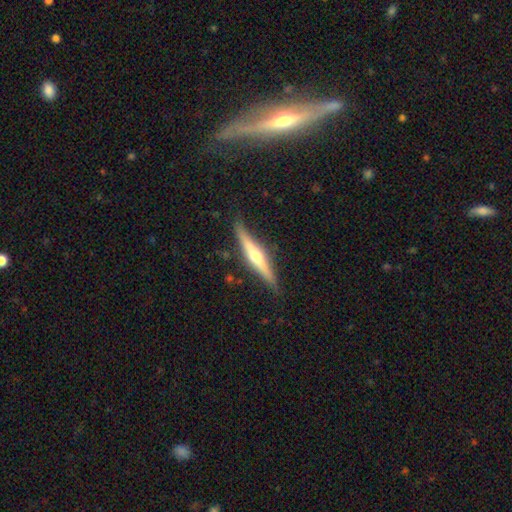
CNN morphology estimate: smooth-or-featured: featured or disk: 70% | smooth: 24% | star or artifact: 6%
  disk-edge-on: yes: 97% | no: 3%
    edge-on-bulge: rounded: 91% | none: 5% | boxy: 4%
  merging: none: 87% | minor disturbance: 9% | major disturbance: 2% | merger: 1%